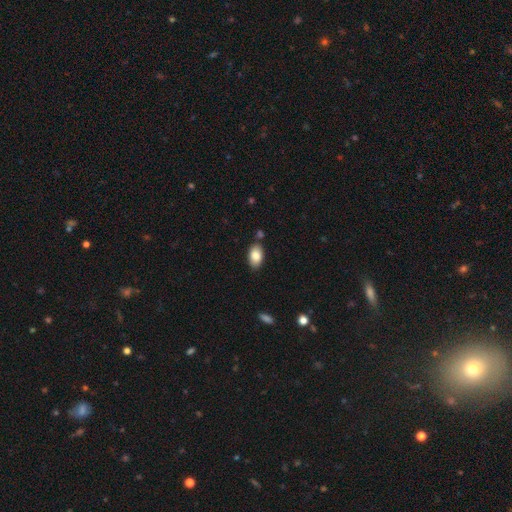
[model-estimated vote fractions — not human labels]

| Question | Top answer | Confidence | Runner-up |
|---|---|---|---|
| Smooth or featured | smooth | 85% | featured or disk (8%) |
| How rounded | in between | 93% | round (5%) |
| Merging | none | 80% | minor disturbance (13%) |